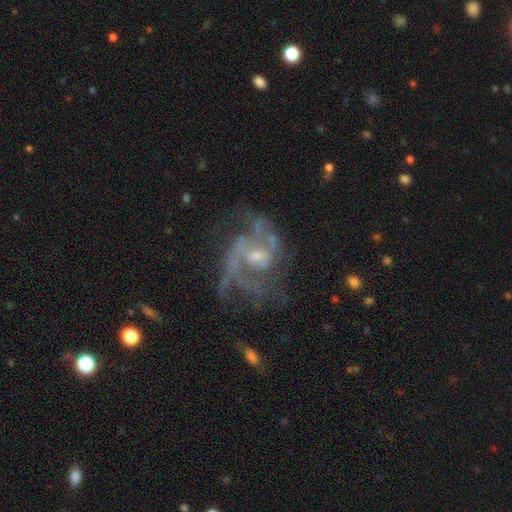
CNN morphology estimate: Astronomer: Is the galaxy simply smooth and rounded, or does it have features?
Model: featured or disk — 84%.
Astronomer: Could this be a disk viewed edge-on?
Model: no — 98%.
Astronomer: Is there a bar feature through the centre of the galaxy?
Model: weak — 46% (runner-up: no, 44%).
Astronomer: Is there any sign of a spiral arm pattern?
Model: yes — 88%.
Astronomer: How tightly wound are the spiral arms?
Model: medium — 47% (runner-up: loose, 35%).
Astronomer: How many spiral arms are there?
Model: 2 — 53%.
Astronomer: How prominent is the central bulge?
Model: small — 54% (runner-up: moderate, 35%).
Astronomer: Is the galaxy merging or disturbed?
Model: none — 49% (runner-up: major disturbance, 28%).